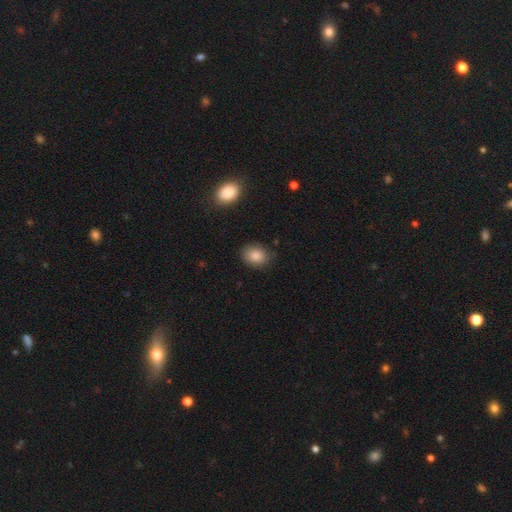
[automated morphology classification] The model was most divided on "how rounded": in between: 60%, round: 39%, cigar-shaped: 1%. More confident: smooth or featured — smooth (85%); merging — none (81%).